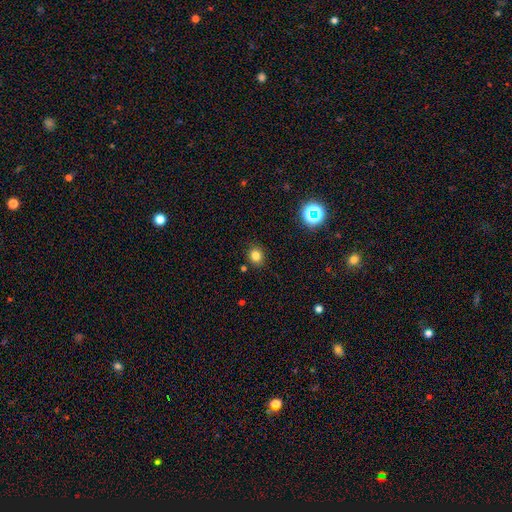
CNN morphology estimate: Smooth or featured?
  - smooth: 79% *
  - star or artifact: 15%
  - featured or disk: 6%
How rounded?
  - round: 73% *
  - in between: 26%
  - cigar-shaped: 1%
Merging?
  - none: 87% *
  - minor disturbance: 8%
  - major disturbance: 2%
  - merger: 2%